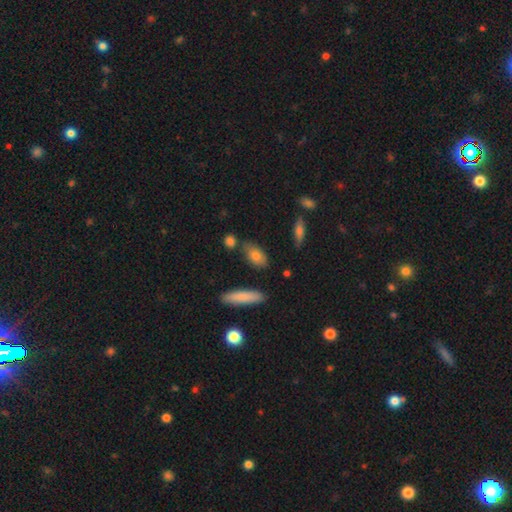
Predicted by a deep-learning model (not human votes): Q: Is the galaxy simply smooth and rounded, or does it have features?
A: smooth — 78%.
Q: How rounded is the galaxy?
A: in between — 80%.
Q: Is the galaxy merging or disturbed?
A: none — 70%.